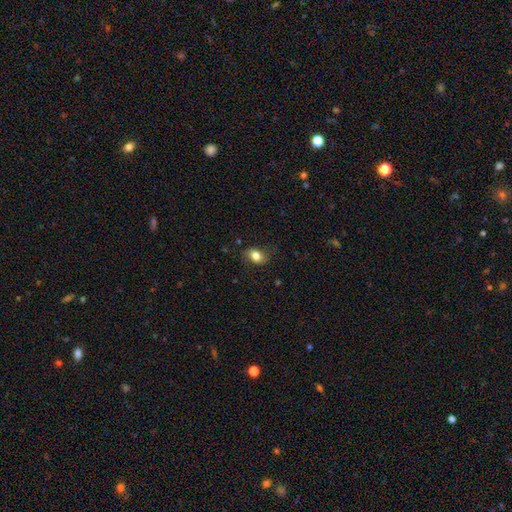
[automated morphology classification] A smooth galaxy with no disk features (80%) that is in between round and cigar-shaped (74%).

Vote fractions:
- Smooth or featured? smooth: 80% / featured or disk: 11% / star or artifact: 9%
- How rounded? in between: 74% / round: 25% / cigar-shaped: 2%
- Merging? none: 76% / minor disturbance: 18% / major disturbance: 5% / merger: 1%